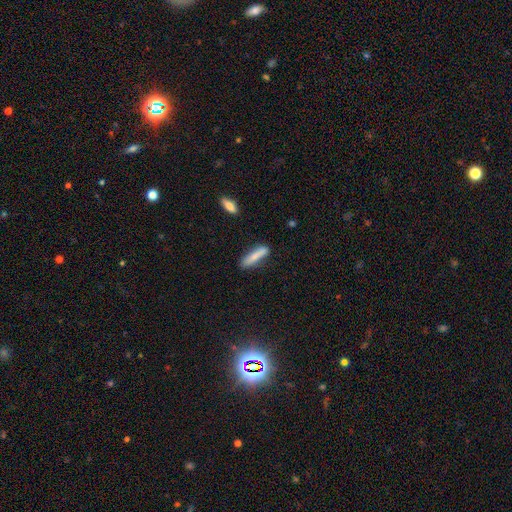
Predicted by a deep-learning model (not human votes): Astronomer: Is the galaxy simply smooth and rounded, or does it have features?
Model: smooth — 76%.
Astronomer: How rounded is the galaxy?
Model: cigar-shaped — 81%.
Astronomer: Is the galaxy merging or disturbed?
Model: none — 79%.